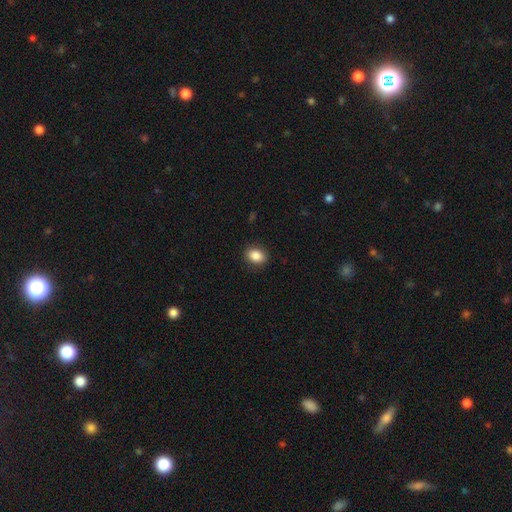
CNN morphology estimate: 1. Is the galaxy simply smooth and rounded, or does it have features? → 88% smooth, 8% star or artifact, 4% featured or disk.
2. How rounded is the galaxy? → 66% in between, 33% round, 1% cigar-shaped.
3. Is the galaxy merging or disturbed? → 88% none, 9% minor disturbance, 2% major disturbance, 1% merger.